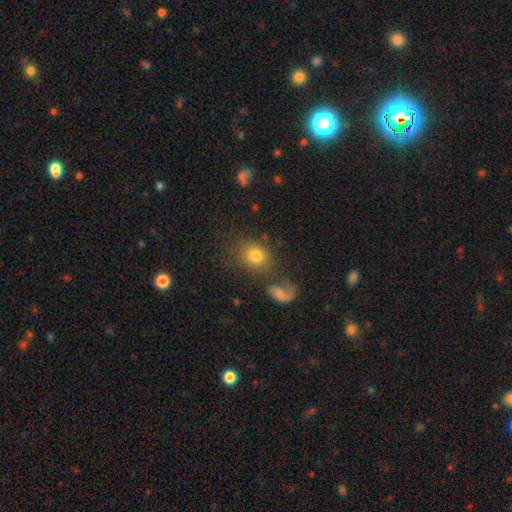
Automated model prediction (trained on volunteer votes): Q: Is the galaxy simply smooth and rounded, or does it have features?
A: smooth — 75%.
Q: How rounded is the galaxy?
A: round — 64%.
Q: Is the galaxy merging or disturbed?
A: none — 59%.